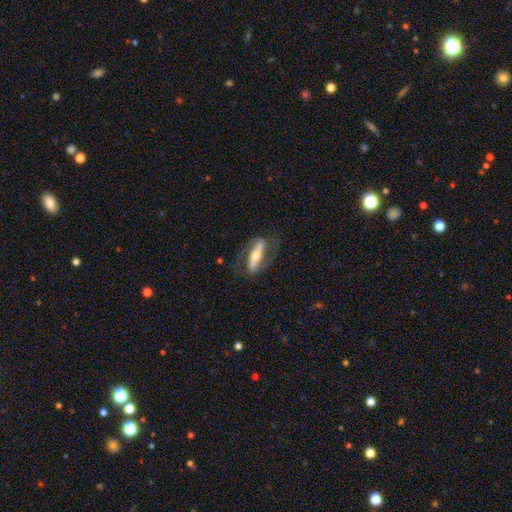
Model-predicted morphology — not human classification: This is likely a featured or disk galaxy (75%). It is likely not viewed edge-on (73%). Bar: likely strong (68%). Spiral arm pattern: clearly yes (84%). Central bulge: possibly moderate (58%). Merging: likely none (72%).